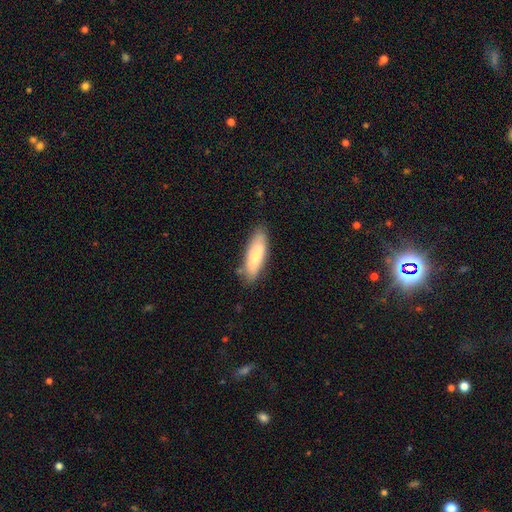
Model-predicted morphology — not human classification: type=smooth (72%); roundness=cigar-shaped (52%); merging=none (77%).